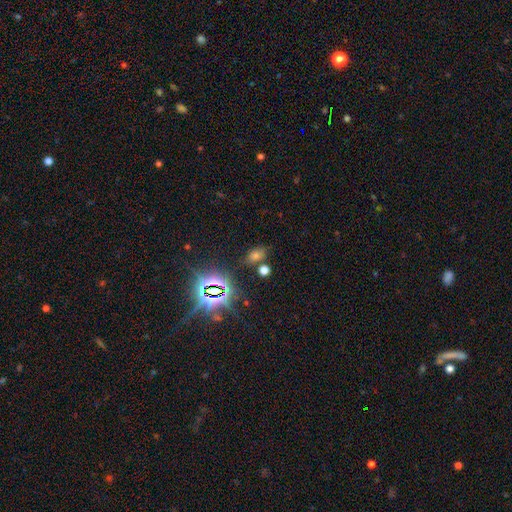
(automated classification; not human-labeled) Smooth or featured?
  - star or artifact: 50% *
  - smooth: 41%
  - featured or disk: 9%